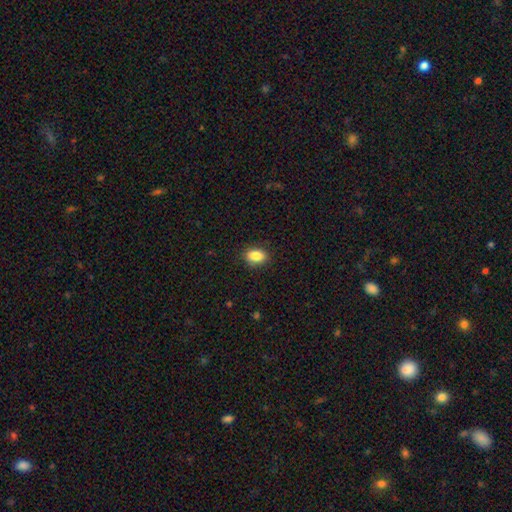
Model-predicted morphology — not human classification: Smooth or featured? Predicted: smooth (p=0.87). How rounded? Predicted: in between (p=0.80). Merging? Predicted: none (p=0.86).